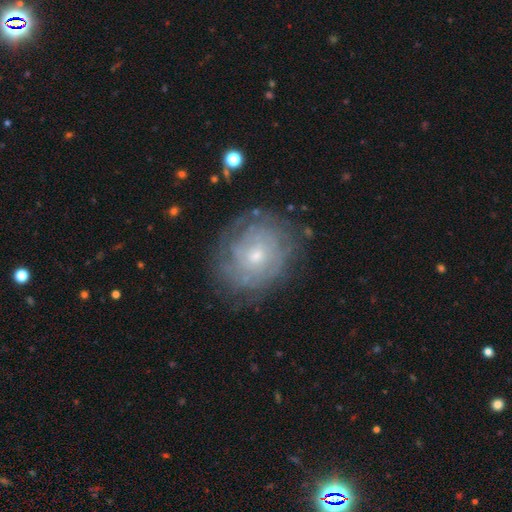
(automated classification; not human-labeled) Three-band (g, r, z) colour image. It shows a featured or disk galaxy (68%) with no bar (81%), spiral arms (74%) and a small central bulge (66%). Merging: none (74%).